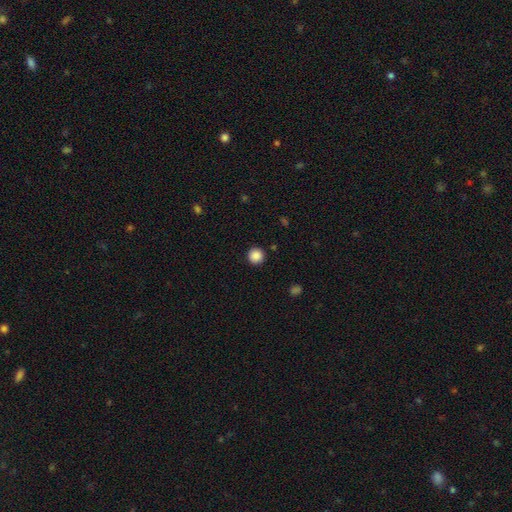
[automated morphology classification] Overall: smooth (88%). How rounded: round (96%). Merging: none (92%).